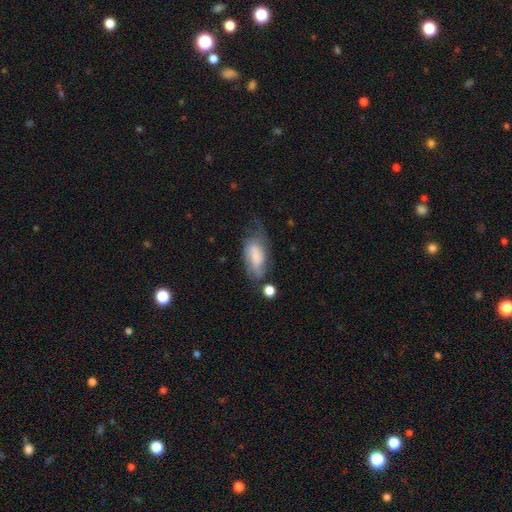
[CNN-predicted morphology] Smooth or featured?
  - smooth: 55% *
  - featured or disk: 37%
  - star or artifact: 8%
How rounded?
  - in between: 90% *
  - cigar-shaped: 5%
  - round: 4%
Merging?
  - none: 36% *
  - minor disturbance: 31%
  - major disturbance: 27%
  - merger: 6%